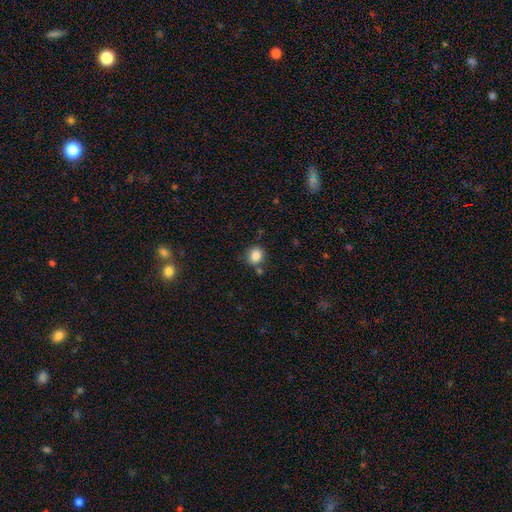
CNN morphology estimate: This is clearly a smooth galaxy (85%). How rounded: likely round (78%). Merging: likely none (76%).